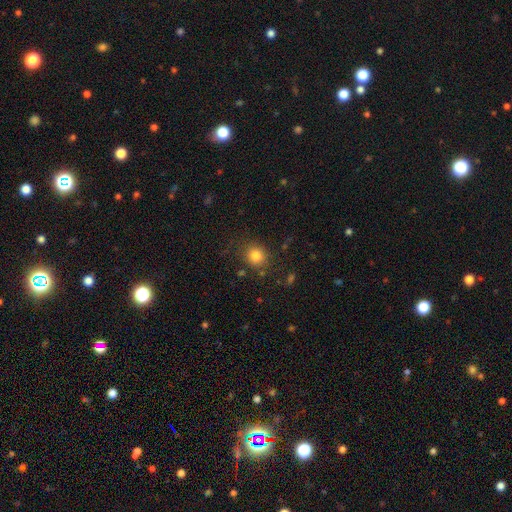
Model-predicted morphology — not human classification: type=smooth (81%); roundness=round (80%); merging=none (83%).